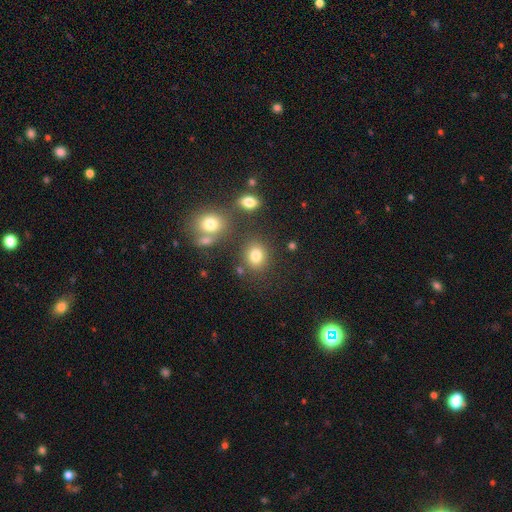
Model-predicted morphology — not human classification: smooth_or_featured: smooth (p=0.79) [alt: star or artifact p=0.14]
how_rounded: round (p=0.62) [alt: in between p=0.37]
merging: none (p=0.76) [alt: minor disturbance p=0.11]